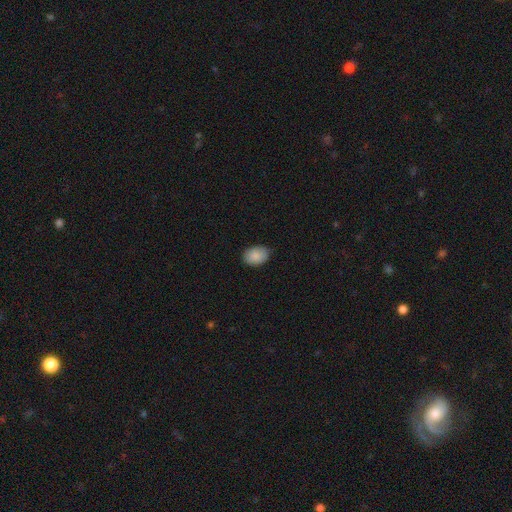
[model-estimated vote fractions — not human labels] smooth 88%, star or artifact 7%, featured or disk 5%. Down the decision tree: how rounded — in between (75%); merging — none (83%).